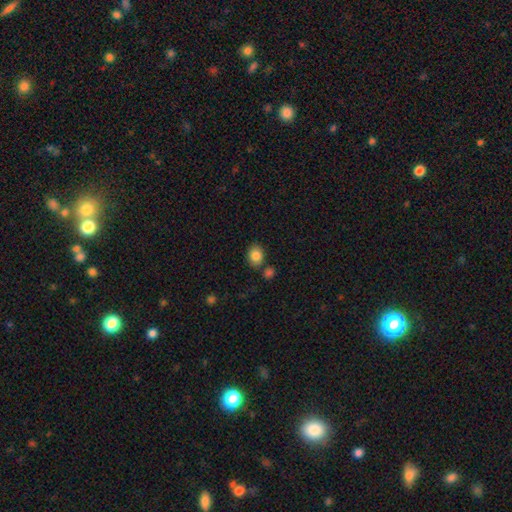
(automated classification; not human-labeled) Overall: smooth (86%). How rounded: in between (52%; round 47%). Merging: none (75%).